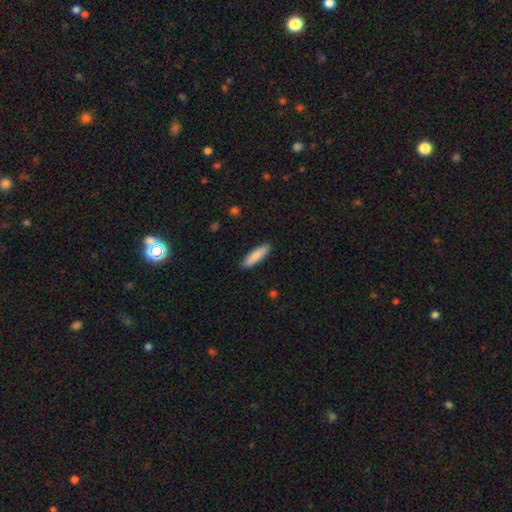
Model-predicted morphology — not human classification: A smooth galaxy with no disk features (86%) that is cigar-shaped (65%).

Vote fractions:
- Smooth or featured? smooth: 86% / featured or disk: 9% / star or artifact: 5%
- How rounded? cigar-shaped: 65% / in between: 34% / round: 1%
- Merging? none: 89% / minor disturbance: 8% / major disturbance: 2% / merger: 1%